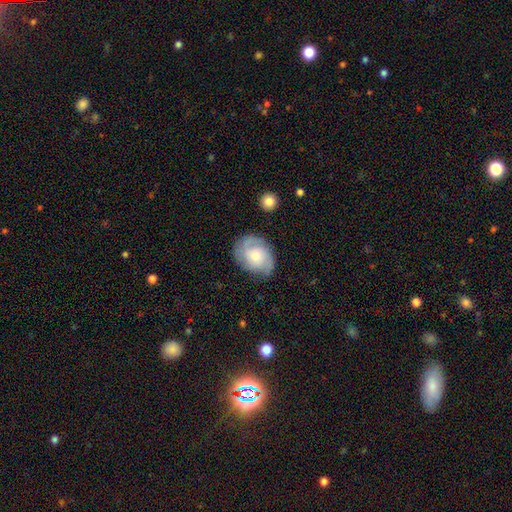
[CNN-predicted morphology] Smooth or featured? Predicted: featured or disk (p=0.62). Edge-on disk? Predicted: no (p=0.97). Bar? Predicted: no (p=0.72). Spiral arms? Predicted: yes (p=0.89). Spiral winding? Predicted: medium (p=0.44). Spiral arm count? Predicted: 2 (p=0.58). Bulge size? Predicted: moderate (p=0.47). Merging? Predicted: none (p=0.68).